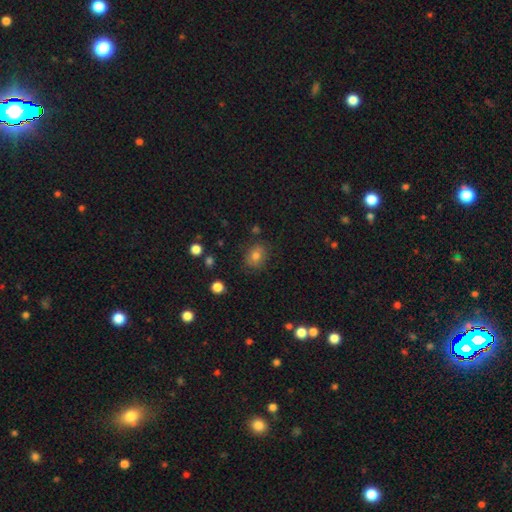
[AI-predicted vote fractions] A smooth galaxy with no disk features (75%) that is round (55%). Merging: none (83%).